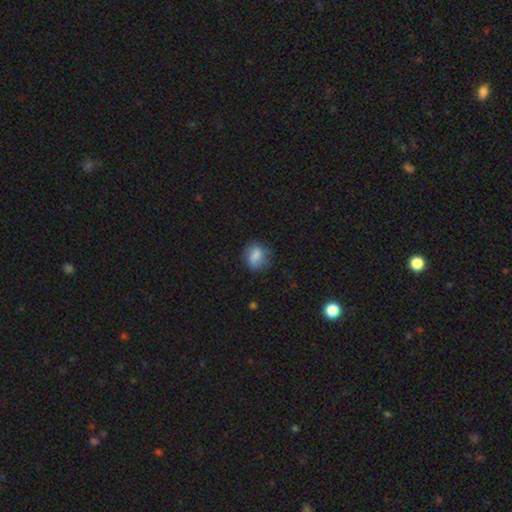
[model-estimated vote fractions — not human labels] A smooth galaxy with no disk features (76%) that is round (54%). Merging: none (66%).